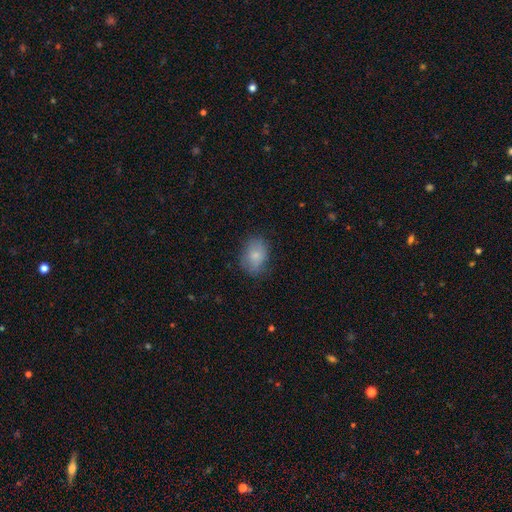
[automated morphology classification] smooth_or_featured: smooth (p=0.81) [alt: featured or disk p=0.11]
how_rounded: in between (p=0.74) [alt: round p=0.24]
merging: none (p=0.72) [alt: minor disturbance p=0.21]